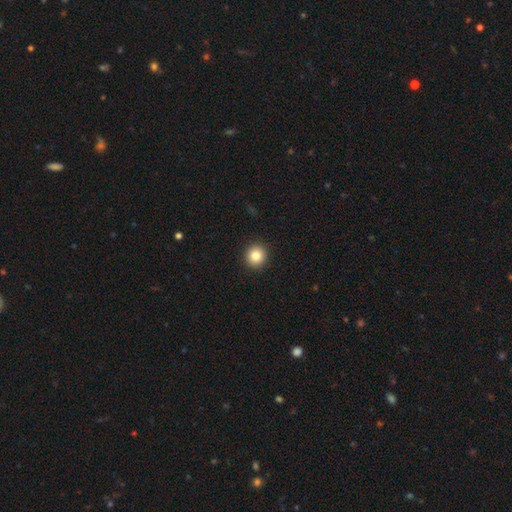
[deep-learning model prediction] Overall: smooth (83%). How rounded: round (91%). Merging: none (93%).